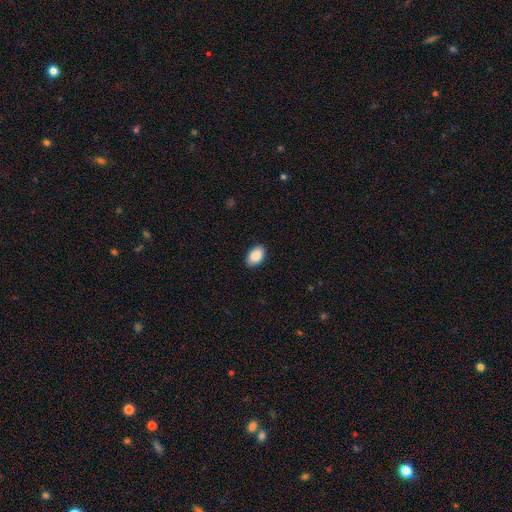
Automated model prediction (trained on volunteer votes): Morphology: type=smooth (89%); roundness=in between (90%); merging=none (88%).